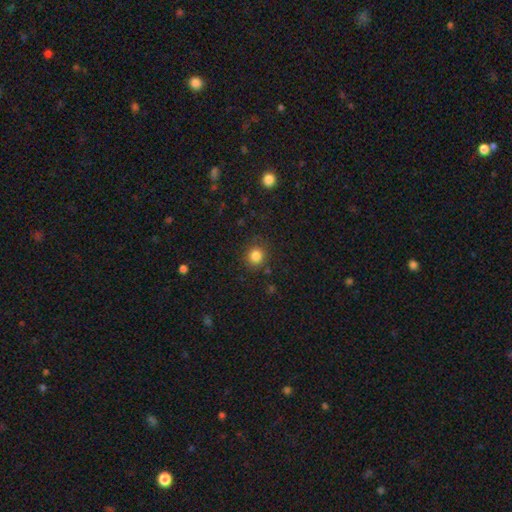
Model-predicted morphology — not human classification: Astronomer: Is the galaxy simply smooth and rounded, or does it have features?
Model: smooth — 83%.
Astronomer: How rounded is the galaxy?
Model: round — 88%.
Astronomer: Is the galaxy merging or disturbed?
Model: none — 85%.